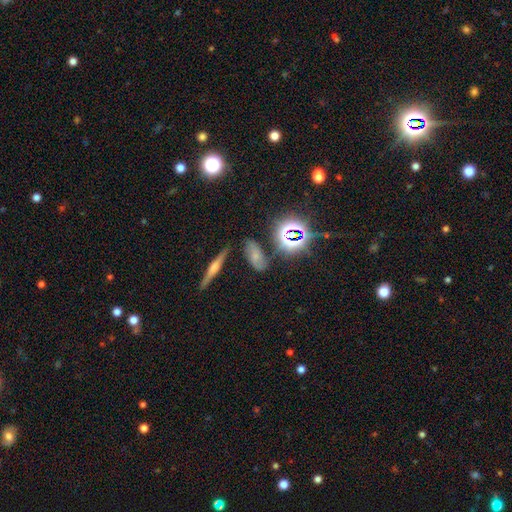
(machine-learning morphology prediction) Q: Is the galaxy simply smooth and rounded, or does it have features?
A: smooth — 39%.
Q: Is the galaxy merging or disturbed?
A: none — 68%.